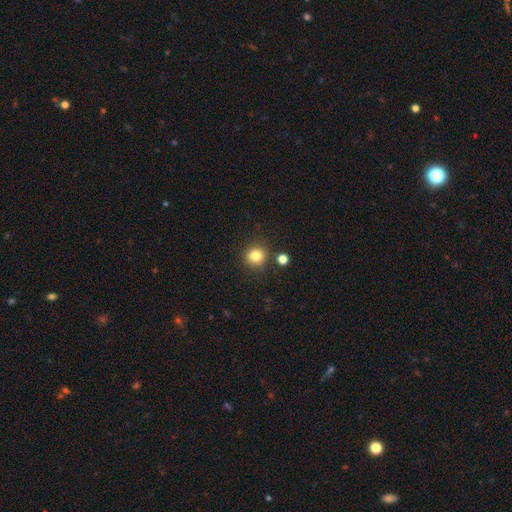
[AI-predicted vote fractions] Smooth or featured?
  - smooth: 82% *
  - star or artifact: 12%
  - featured or disk: 6%
How rounded?
  - round: 90% *
  - in between: 10%
  - cigar-shaped: 1%
Merging?
  - none: 83% *
  - minor disturbance: 9%
  - merger: 6%
  - major disturbance: 3%